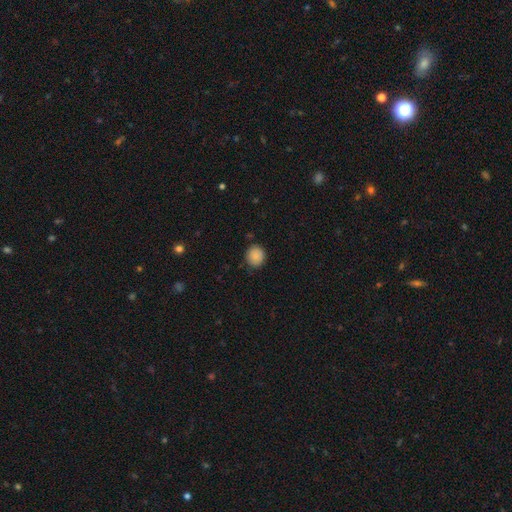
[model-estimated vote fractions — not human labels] Q: Smooth or featured?
A: smooth (86%); runner-up: star or artifact (8%)
Q: How rounded?
A: round (87%); runner-up: in between (12%)
Q: Merging?
A: none (83%); runner-up: minor disturbance (13%)